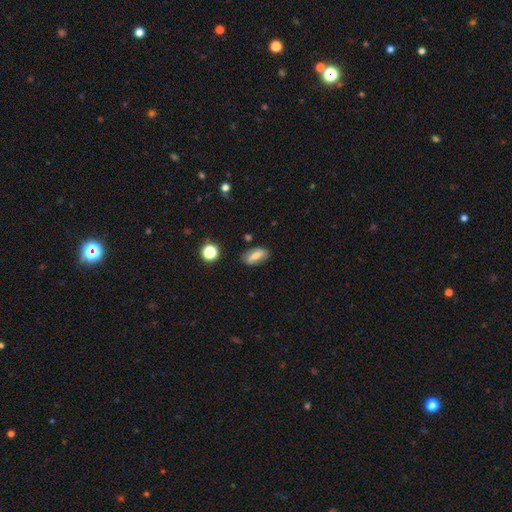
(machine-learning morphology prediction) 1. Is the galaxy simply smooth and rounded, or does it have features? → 60% smooth, 31% featured or disk, 9% star or artifact.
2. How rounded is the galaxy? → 79% in between, 15% cigar-shaped, 7% round.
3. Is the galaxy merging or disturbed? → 78% none, 15% minor disturbance, 4% major disturbance, 3% merger.